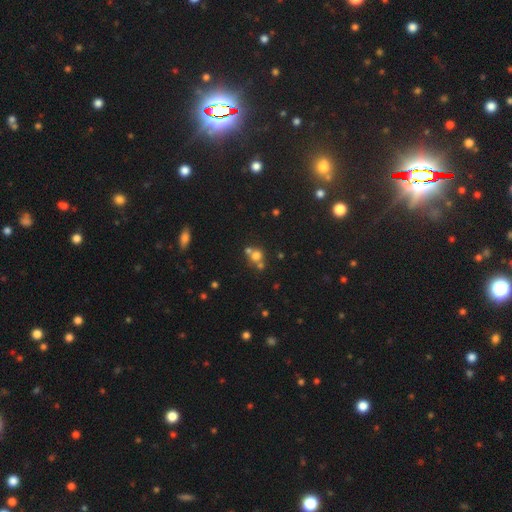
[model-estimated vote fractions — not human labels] smooth_or_featured: smooth (p=0.66) [alt: star or artifact p=0.20]
how_rounded: round (p=0.84) [alt: in between p=0.15]
merging: none (p=0.49) [alt: merger p=0.39]